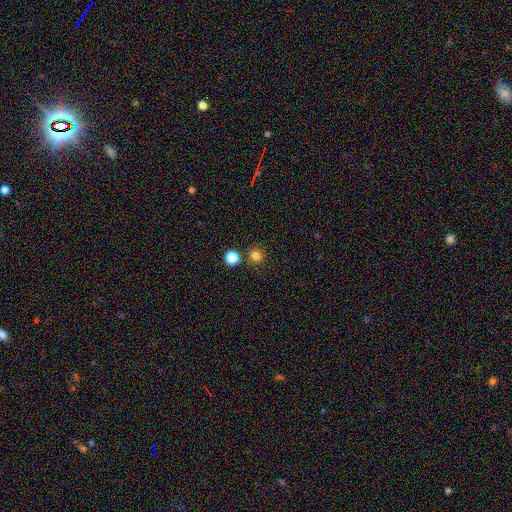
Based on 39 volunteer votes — Smooth or featured?
  - smooth: 82% *
  - star or artifact: 13%
  - featured or disk: 5%
How rounded?
  - round: 100% *
  - in between: 0%
  - cigar-shaped: 0%
Merging?
  - none: 71% *
  - minor disturbance: 18%
  - merger: 9%
  - major disturbance: 3%